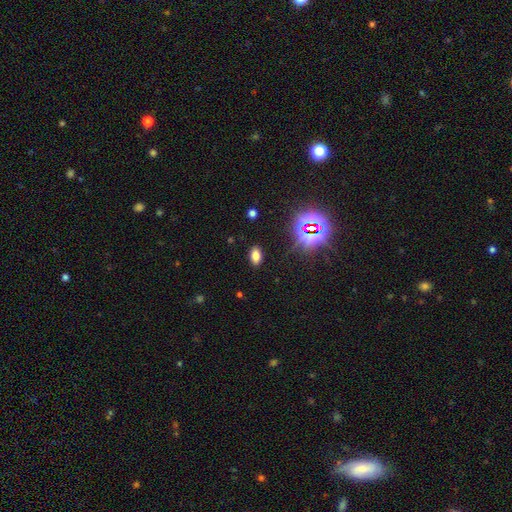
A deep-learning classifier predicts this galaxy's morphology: Q: Smooth or featured?
A: smooth (72%); runner-up: star or artifact (21%)
Q: How rounded?
A: in between (90%); runner-up: round (7%)
Q: Merging?
A: none (88%); runner-up: minor disturbance (8%)